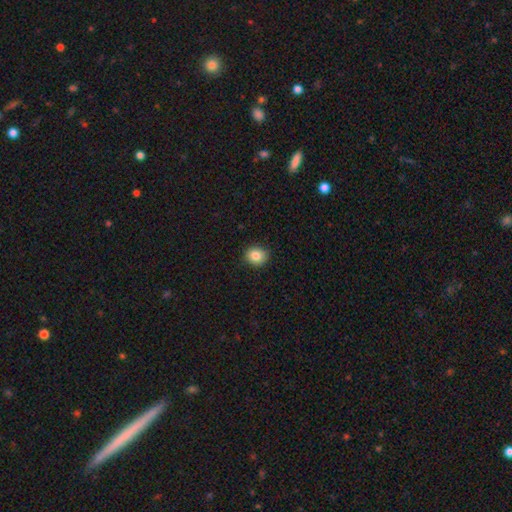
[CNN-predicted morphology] Smooth or featured? smooth (84%)
How rounded? round (78%)
Merging? none (89%)